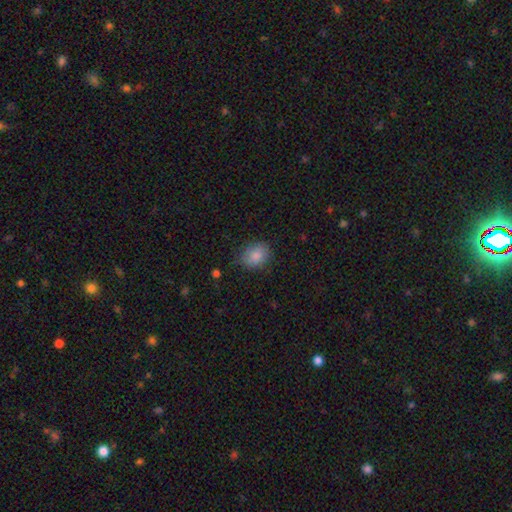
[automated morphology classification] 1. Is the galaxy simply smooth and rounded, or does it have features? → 86% smooth, 8% star or artifact, 6% featured or disk.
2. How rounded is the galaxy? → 52% in between, 47% round, 1% cigar-shaped.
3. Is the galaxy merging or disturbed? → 76% none, 19% minor disturbance, 4% major disturbance, 1% merger.